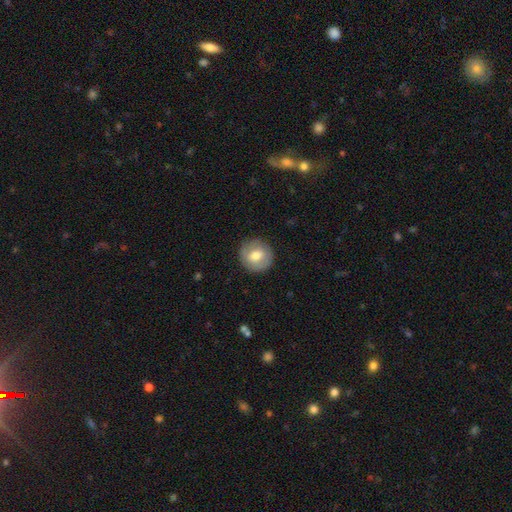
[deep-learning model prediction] Smooth or featured: smooth — 62% (featured or disk — 31%)
How rounded: round — 91% (in between — 8%)
Merging: none — 87% (minor disturbance — 9%)